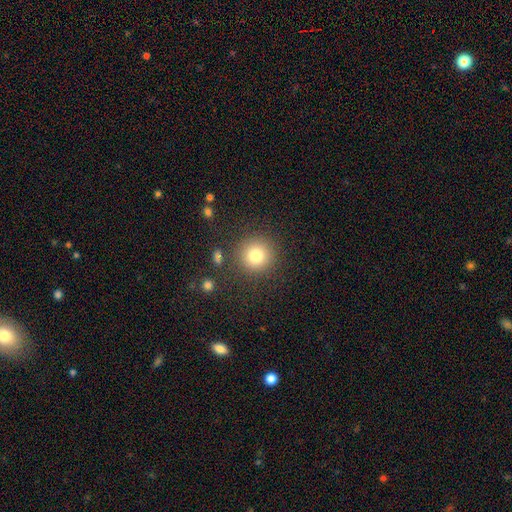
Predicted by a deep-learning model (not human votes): The model was most divided on "smooth or featured": smooth: 80%, star or artifact: 11%, featured or disk: 8%. More confident: how rounded — round (93%); merging — none (86%).